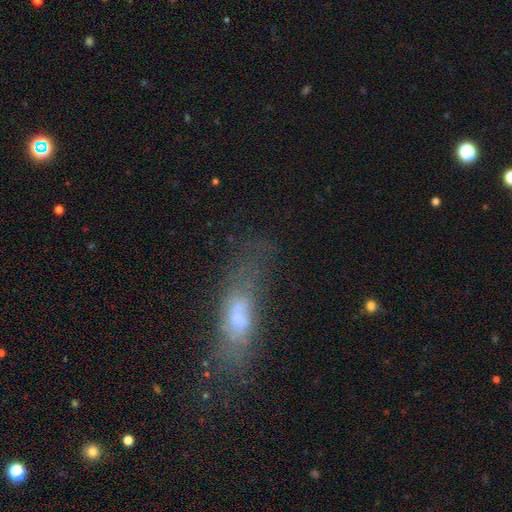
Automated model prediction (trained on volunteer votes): Smooth or featured: smooth — 48% (featured or disk — 37%)
Merging: none — 55% (minor disturbance — 22%)